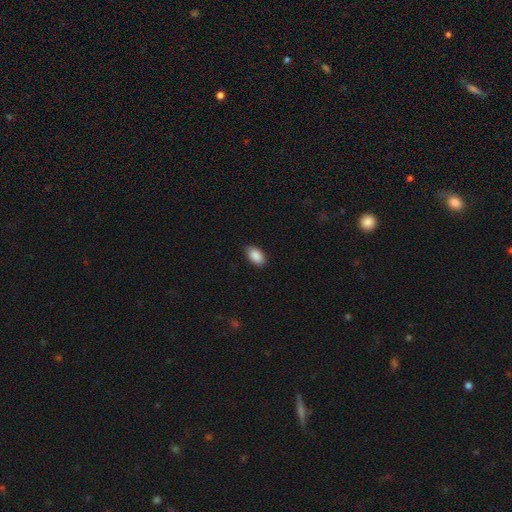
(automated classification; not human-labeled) Smooth or featured? smooth (90%)
How rounded? in between (94%)
Merging? none (86%)